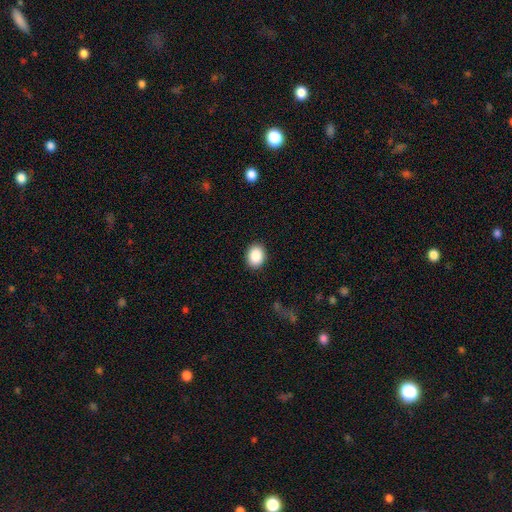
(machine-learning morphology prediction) The model was most divided on "how rounded": in between: 62%, round: 37%, cigar-shaped: 1%. More confident: smooth or featured — smooth (90%); merging — none (88%).